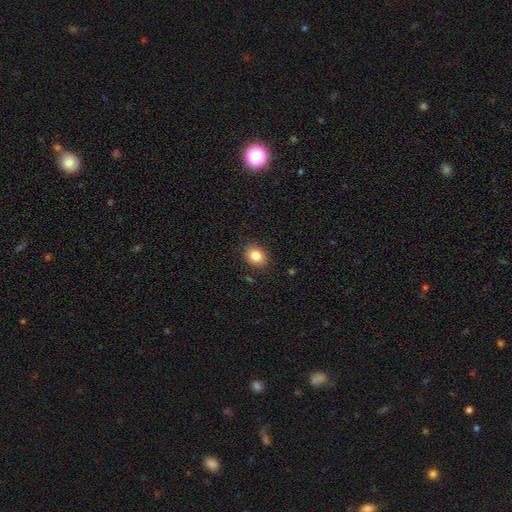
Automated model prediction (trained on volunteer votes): Morphology: type=smooth (85%); roundness=round (56%); merging=none (87%).